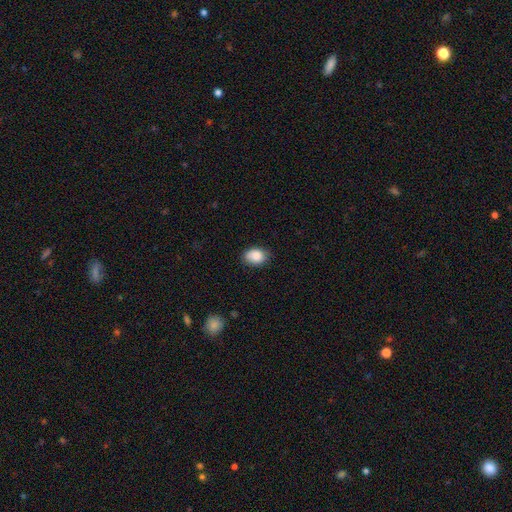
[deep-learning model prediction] Smooth or featured? Predicted: smooth (p=0.88). How rounded? Predicted: in between (p=0.70). Merging? Predicted: none (p=0.79).